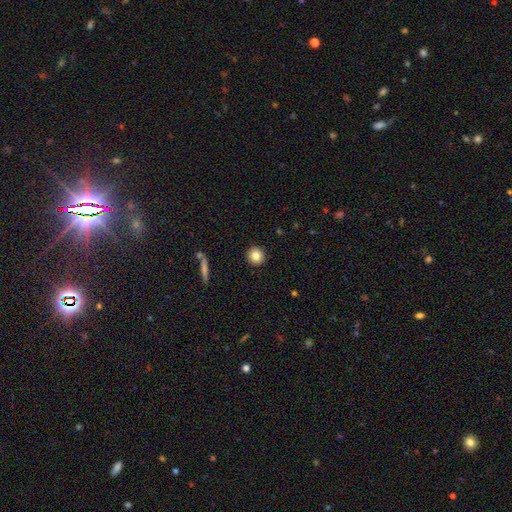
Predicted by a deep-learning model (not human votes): Q: Smooth or featured?
A: smooth (83%); runner-up: star or artifact (9%)
Q: How rounded?
A: round (93%); runner-up: in between (5%)
Q: Merging?
A: none (92%); runner-up: minor disturbance (5%)